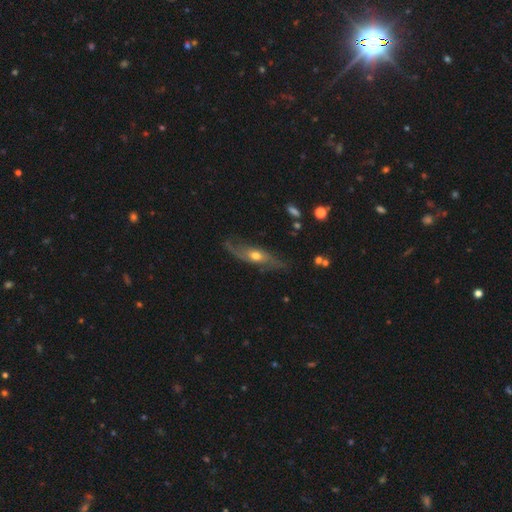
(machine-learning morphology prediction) Smooth or featured? featured or disk (68%)
Edge-on disk? no (67%)
Merging? none (66%)